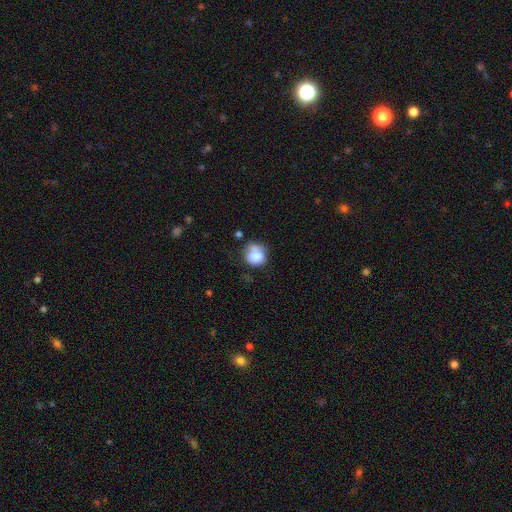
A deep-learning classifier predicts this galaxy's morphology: A smooth galaxy with no disk features (75%) that is round (74%). Merging: none (42%).